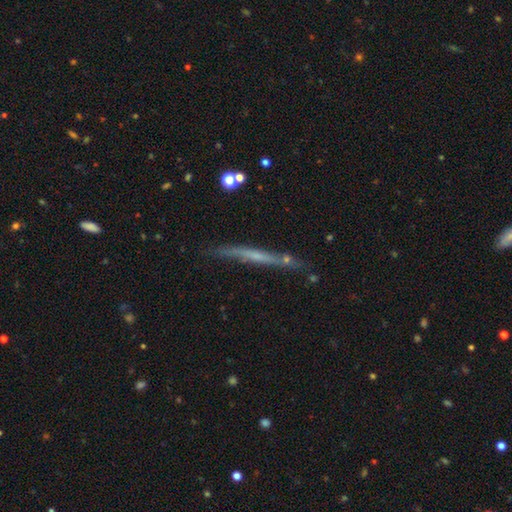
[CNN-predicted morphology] The model was most divided on "smooth or featured": featured or disk: 57%, smooth: 35%, star or artifact: 8%. More confident: edge-on disk — yes (92%); edge-on bulge — none (75%); merging — none (73%).